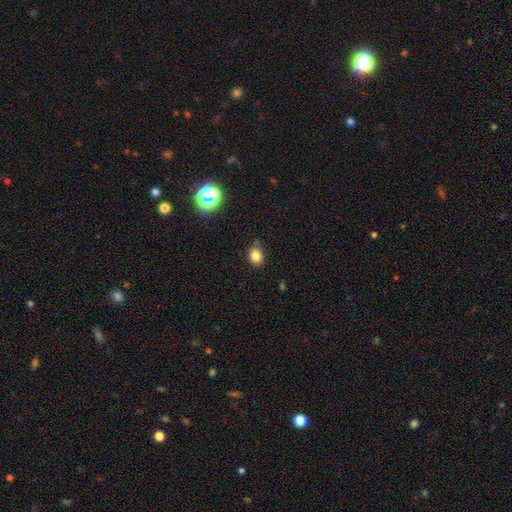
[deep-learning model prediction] This appears to be a smooth galaxy with no disk features (80%) that is round (56%). Merging: none (73%).